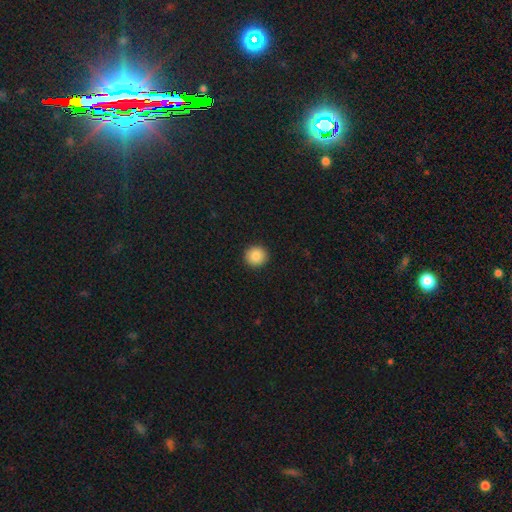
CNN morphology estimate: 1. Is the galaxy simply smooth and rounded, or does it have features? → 87% smooth, 9% star or artifact, 4% featured or disk.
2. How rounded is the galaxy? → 93% round, 6% in between, 1% cigar-shaped.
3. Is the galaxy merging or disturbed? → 93% none, 5% minor disturbance, 2% major disturbance, 1% merger.